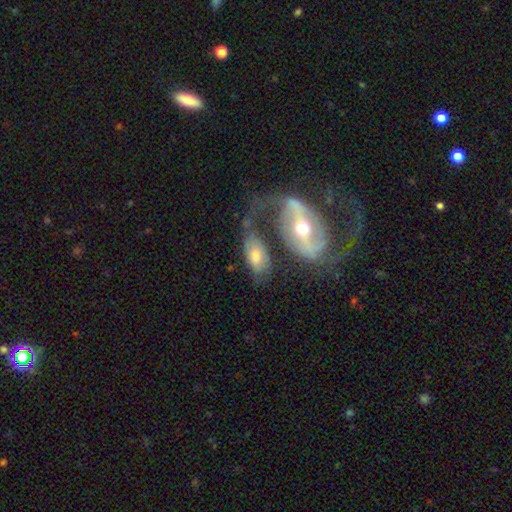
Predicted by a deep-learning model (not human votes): Smooth or featured? Predicted: featured or disk (p=0.57). Edge-on disk? Predicted: no (p=0.90). Bar? Predicted: no (p=0.37). Spiral arms? Predicted: yes (p=0.71). Bulge size? Predicted: moderate (p=0.68). Merging? Predicted: none (p=0.37).